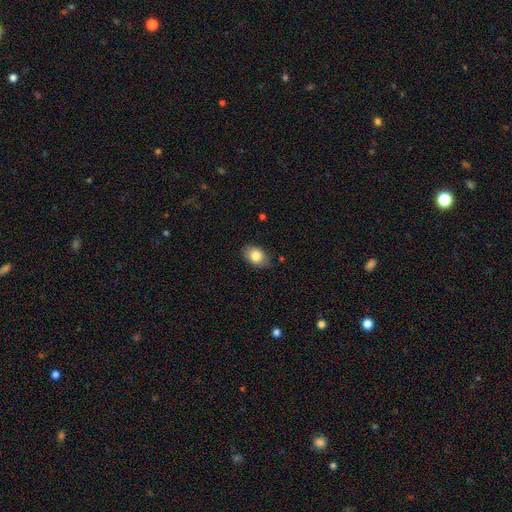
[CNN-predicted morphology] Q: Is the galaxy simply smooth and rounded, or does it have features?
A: smooth — 83%.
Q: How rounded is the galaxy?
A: in between — 82%.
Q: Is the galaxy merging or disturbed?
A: none — 81%.